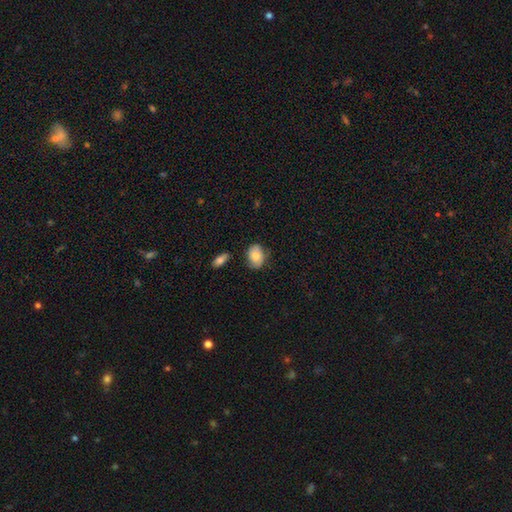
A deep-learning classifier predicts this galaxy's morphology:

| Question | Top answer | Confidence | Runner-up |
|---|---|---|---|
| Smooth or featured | smooth | 72% | featured or disk (21%) |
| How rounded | in between | 61% | round (38%) |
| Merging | none | 69% | minor disturbance (23%) |